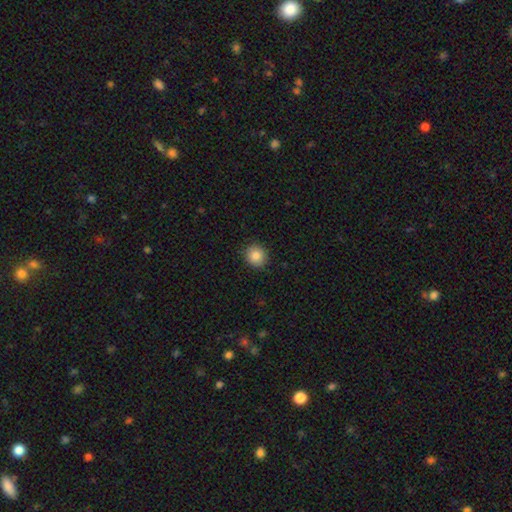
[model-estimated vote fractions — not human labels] Q: Smooth or featured?
A: smooth (85%); runner-up: star or artifact (9%)
Q: How rounded?
A: round (89%); runner-up: in between (10%)
Q: Merging?
A: none (90%); runner-up: minor disturbance (7%)